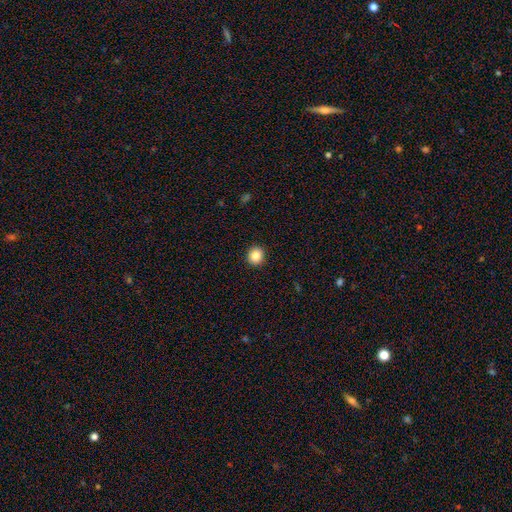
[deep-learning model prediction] Smooth or featured?
  - smooth: 86% *
  - star or artifact: 10%
  - featured or disk: 4%
How rounded?
  - round: 90% *
  - in between: 9%
  - cigar-shaped: 1%
Merging?
  - none: 93% *
  - minor disturbance: 5%
  - major disturbance: 2%
  - merger: 1%